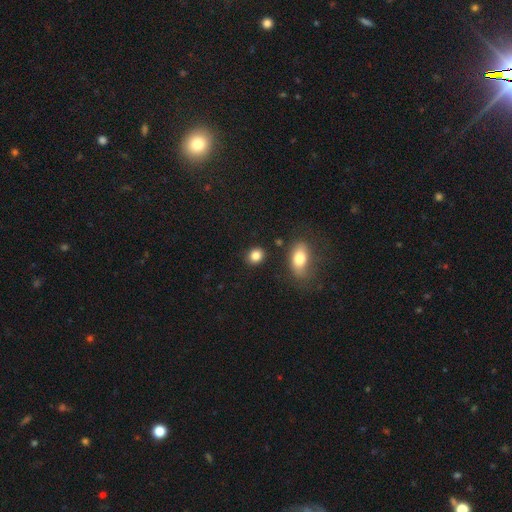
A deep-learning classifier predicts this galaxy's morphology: smooth 85%, star or artifact 10%, featured or disk 5%. Down the decision tree: how rounded — round (60%); merging — none (84%).